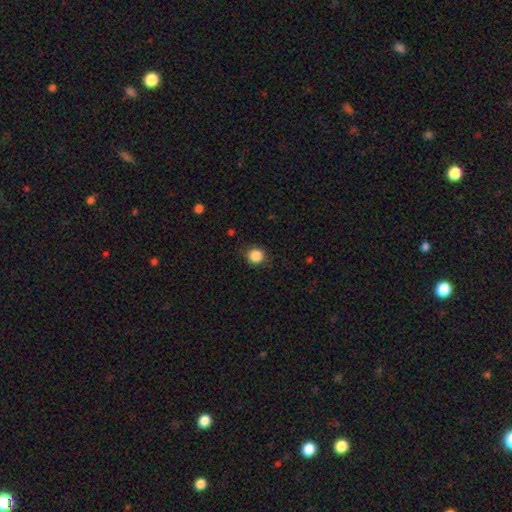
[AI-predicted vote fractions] smooth 87%, star or artifact 10%, featured or disk 3%. Down the decision tree: how rounded — round (90%); merging — none (86%).